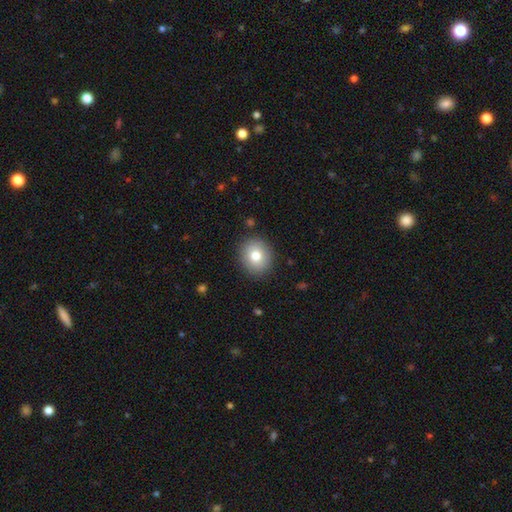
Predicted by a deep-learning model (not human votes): Smooth or featured? smooth (78%)
How rounded? round (76%)
Merging? none (89%)